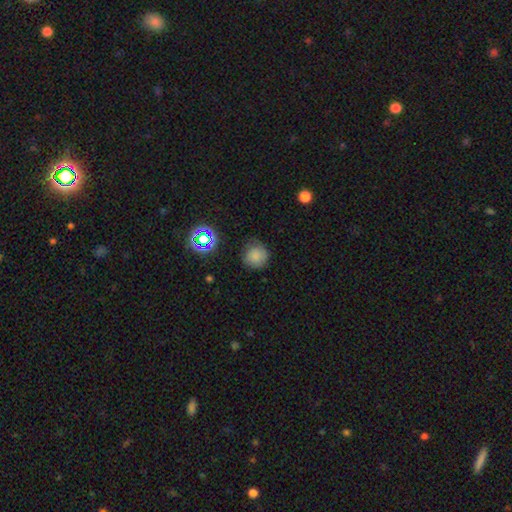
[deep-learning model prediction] This appears to be a smooth galaxy with no disk features (77%) that is round (93%). Merging: none (78%).